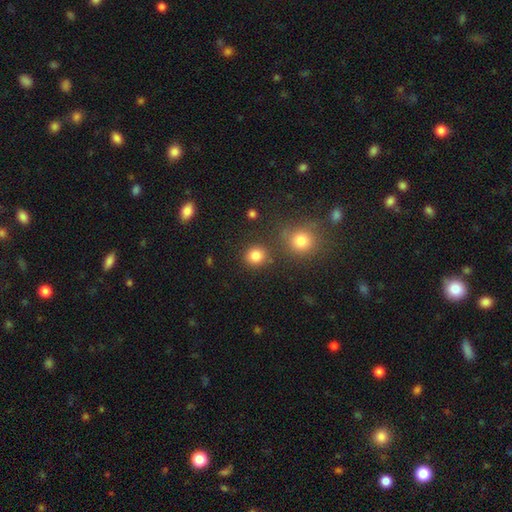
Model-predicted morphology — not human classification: Smooth or featured? Predicted: smooth (p=0.83). How rounded? Predicted: round (p=0.88). Merging? Predicted: none (p=0.82).